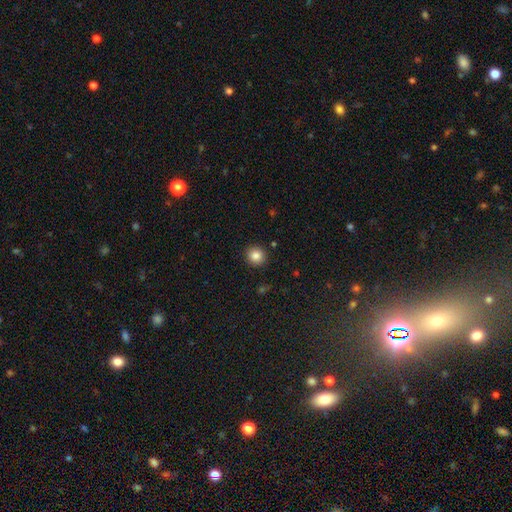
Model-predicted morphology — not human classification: smooth 84%, star or artifact 10%, featured or disk 5%. Down the decision tree: how rounded — round (91%); merging — none (91%).